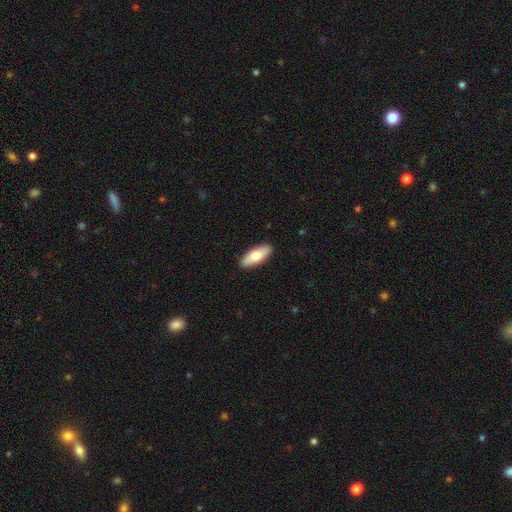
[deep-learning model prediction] The model was most divided on "how rounded": in between: 73%, cigar-shaped: 25%, round: 2%. More confident: merging — none (90%); smooth or featured — smooth (75%).